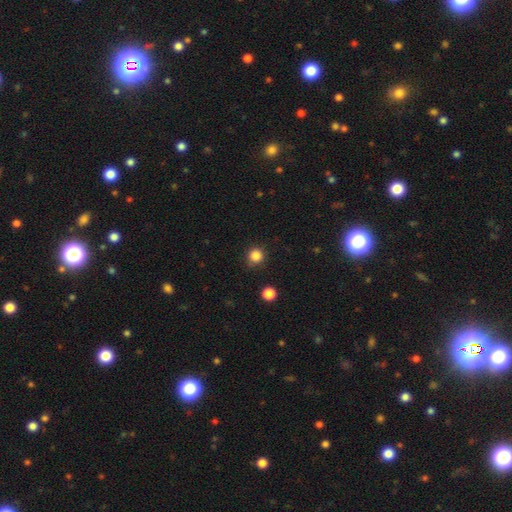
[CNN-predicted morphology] A smooth galaxy with no disk features (84%) that is round (93%).

Vote fractions:
- Smooth or featured? smooth: 84% / star or artifact: 12% / featured or disk: 3%
- How rounded? round: 93% / in between: 6% / cigar-shaped: 1%
- Merging? none: 86% / minor disturbance: 10% / major disturbance: 3% / merger: 2%